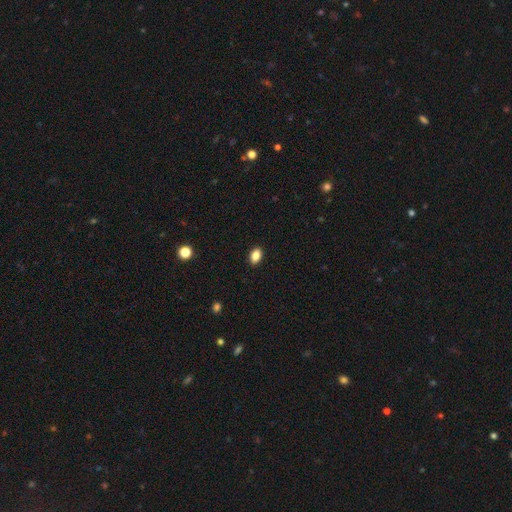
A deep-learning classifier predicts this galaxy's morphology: smooth 86%, star or artifact 9%, featured or disk 5%. Down the decision tree: how rounded — in between (86%); merging — none (90%).